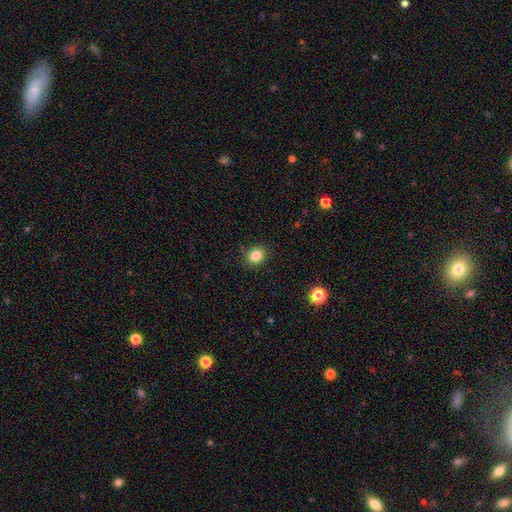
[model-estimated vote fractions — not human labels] A smooth galaxy with no disk features (84%) that is round (57%).

Vote fractions:
- Smooth or featured? smooth: 84% / star or artifact: 11% / featured or disk: 5%
- How rounded? round: 57% / in between: 42% / cigar-shaped: 1%
- Merging? none: 85% / minor disturbance: 11% / major disturbance: 3% / merger: 1%